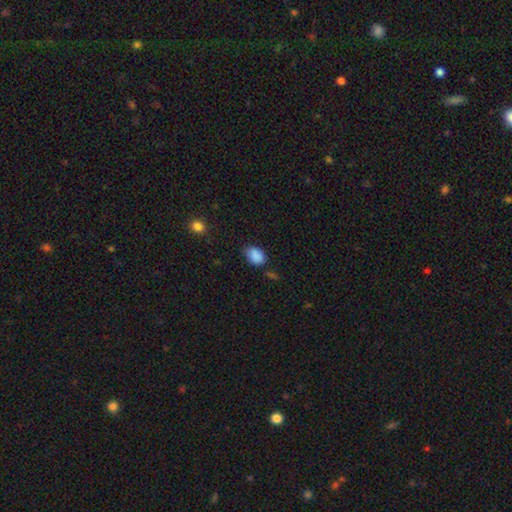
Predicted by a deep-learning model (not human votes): Overall: smooth (87%). How rounded: in between (75%). Merging: none (66%; minor disturbance 26%).